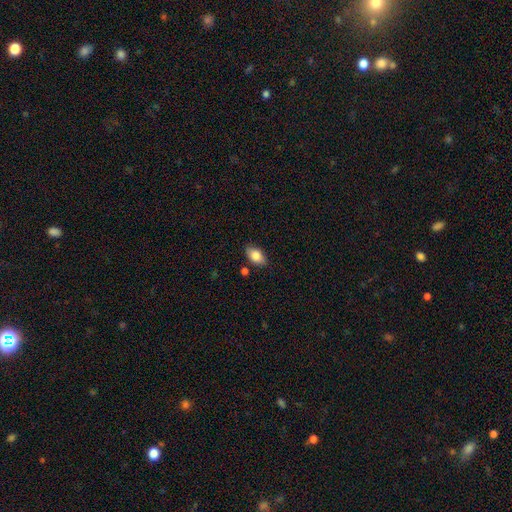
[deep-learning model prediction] Morphology: type=smooth (84%); roundness=in between (91%); merging=none (82%).